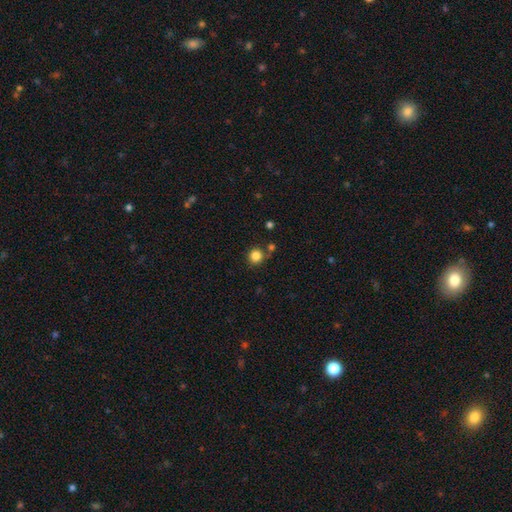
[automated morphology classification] smooth-or-featured: smooth: 84% | star or artifact: 12% | featured or disk: 4%
  how-rounded: round: 91% | in between: 8% | cigar-shaped: 1%
  merging: none: 78% | merger: 10% | minor disturbance: 9% | major disturbance: 3%